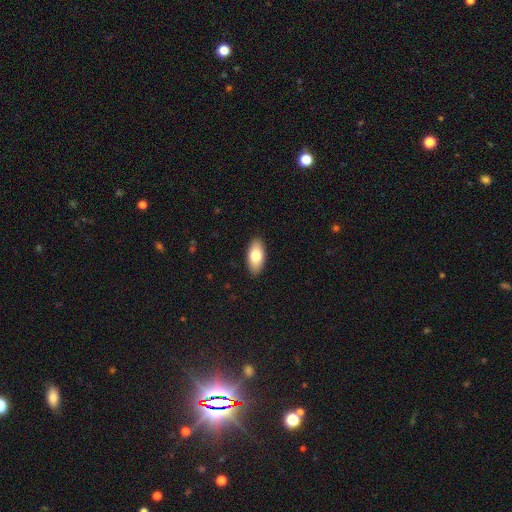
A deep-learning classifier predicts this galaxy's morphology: Overall: smooth (78%). How rounded: in between (92%). Merging: none (90%).